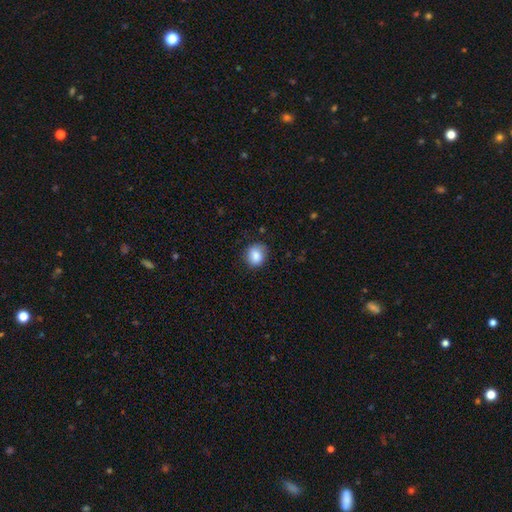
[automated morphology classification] Overall: smooth (85%). How rounded: round (72%). Merging: none (78%).